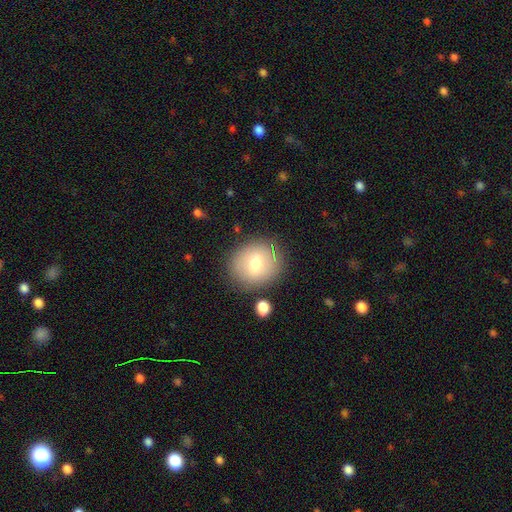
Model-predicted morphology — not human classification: A smooth galaxy with no disk features (68%) that is round (73%).

Vote fractions:
- Smooth or featured? smooth: 68% / featured or disk: 23% / star or artifact: 9%
- How rounded? round: 73% / in between: 26% / cigar-shaped: 1%
- Merging? none: 81% / minor disturbance: 12% / major disturbance: 4% / merger: 3%